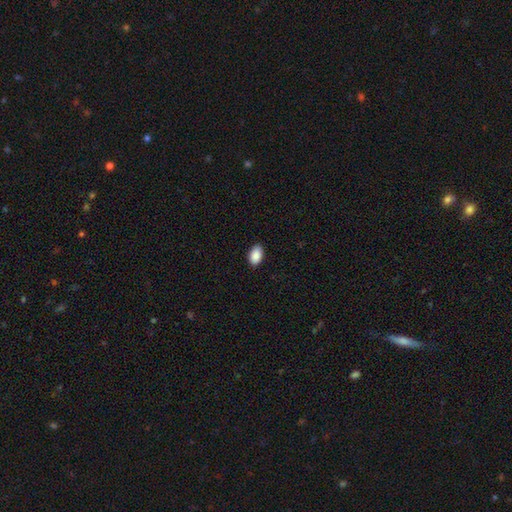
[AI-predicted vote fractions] A smooth galaxy with no disk features (90%) that is in between round and cigar-shaped (92%). Merging: none (87%).